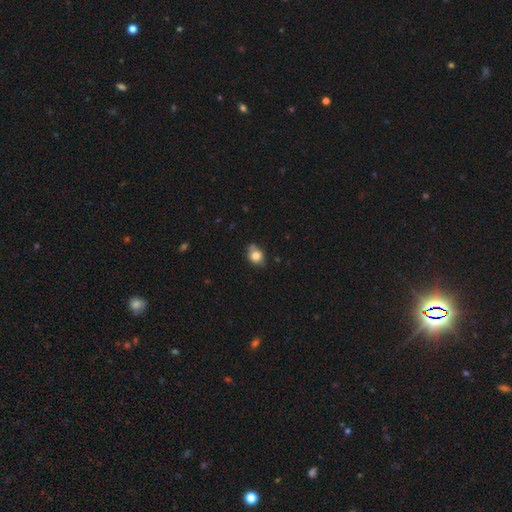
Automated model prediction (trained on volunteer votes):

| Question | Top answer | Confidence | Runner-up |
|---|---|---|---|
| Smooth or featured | smooth | 78% | featured or disk (12%) |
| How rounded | in between | 52% | round (46%) |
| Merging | none | 64% | minor disturbance (26%) |